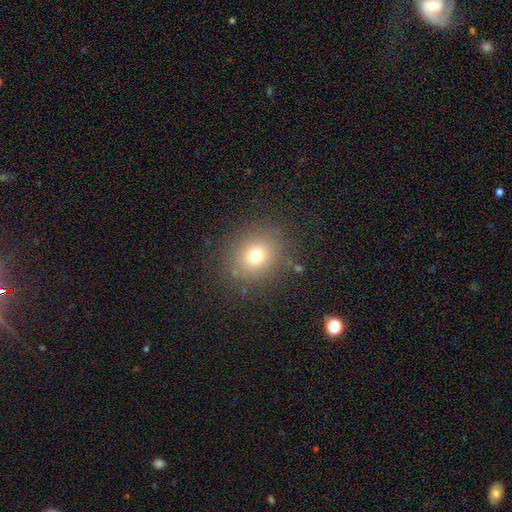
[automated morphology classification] Overall: smooth (71%). How rounded: round (82%). Merging: none (84%).